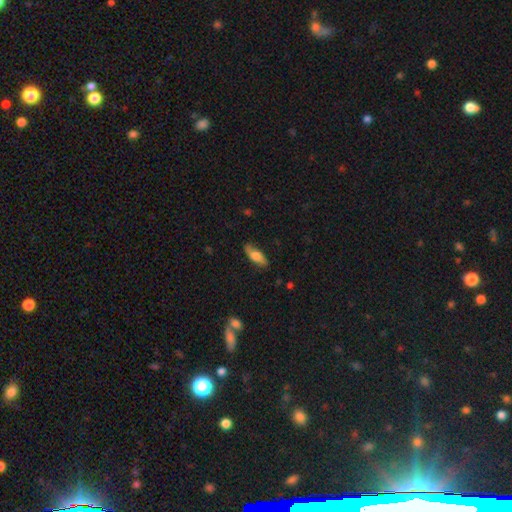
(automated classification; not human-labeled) smooth-or-featured: smooth: 65% | featured or disk: 29% | star or artifact: 7%
  how-rounded: in between: 70% | cigar-shaped: 27% | round: 3%
  merging: none: 79% | minor disturbance: 16% | major disturbance: 4% | merger: 1%